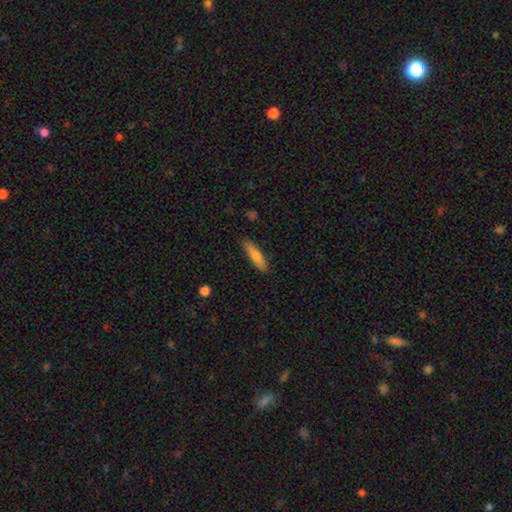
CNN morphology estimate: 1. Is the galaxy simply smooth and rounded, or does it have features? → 72% smooth, 22% featured or disk, 6% star or artifact.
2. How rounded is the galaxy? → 74% cigar-shaped, 24% in between, 2% round.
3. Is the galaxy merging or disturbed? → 87% none, 10% minor disturbance, 2% major disturbance, 1% merger.